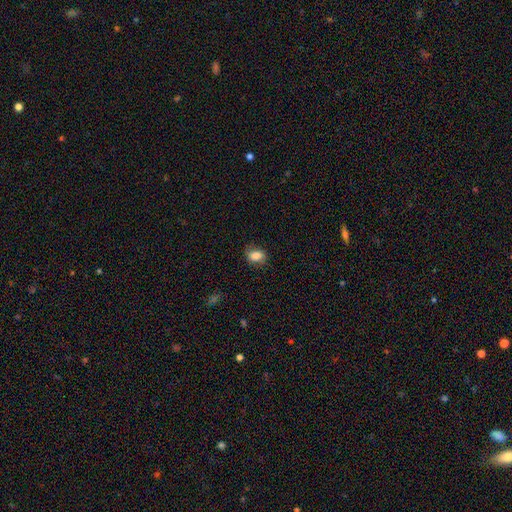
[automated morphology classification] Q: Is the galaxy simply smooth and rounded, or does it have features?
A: smooth — 83%.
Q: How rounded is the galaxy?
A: in between — 67%.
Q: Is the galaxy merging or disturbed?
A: none — 74%.